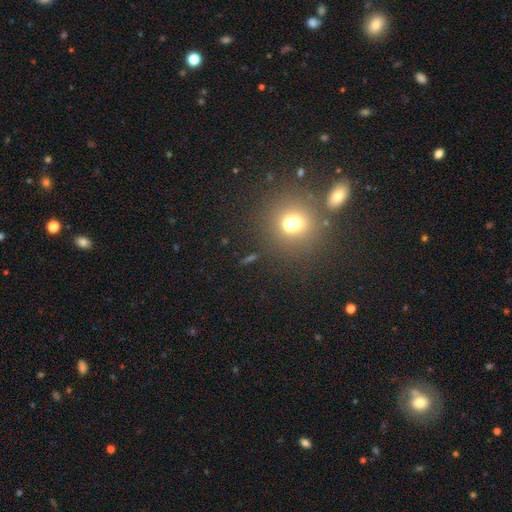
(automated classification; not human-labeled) smooth-or-featured: smooth: 56% | star or artifact: 33% | featured or disk: 11%
  how-rounded: round: 82% | in between: 16% | cigar-shaped: 2%
  merging: none: 74% | merger: 13% | minor disturbance: 9% | major disturbance: 4%